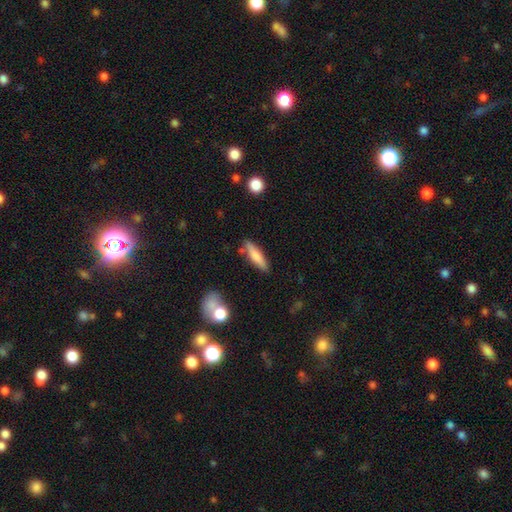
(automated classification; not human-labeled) smooth_or_featured: smooth (p=0.74) [alt: featured or disk p=0.20]
how_rounded: cigar-shaped (p=0.73) [alt: in between p=0.25]
merging: none (p=0.80) [alt: minor disturbance p=0.12]